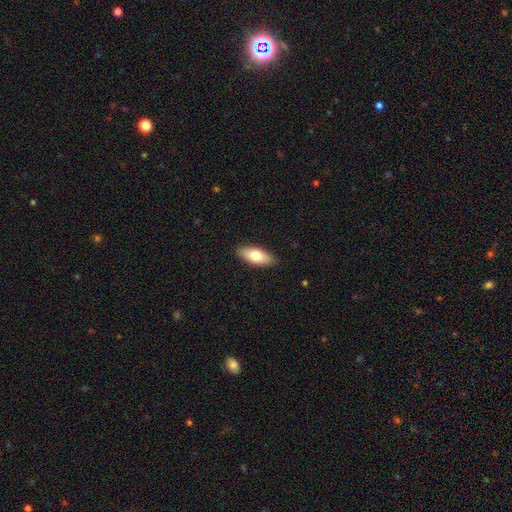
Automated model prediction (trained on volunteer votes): smooth_or_featured: smooth (p=0.75) [alt: featured or disk p=0.19]
how_rounded: in between (p=0.80) [alt: cigar-shaped p=0.17]
merging: none (p=0.89) [alt: minor disturbance p=0.08]